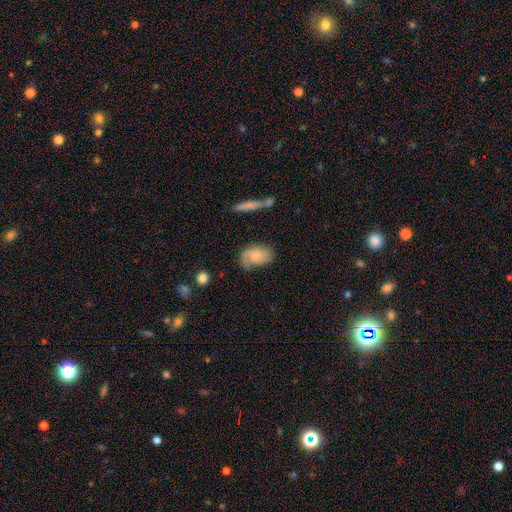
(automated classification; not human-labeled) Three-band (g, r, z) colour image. It shows a smooth galaxy with no disk features (57%) that is in between round and cigar-shaped (86%). Merging: none (59%).